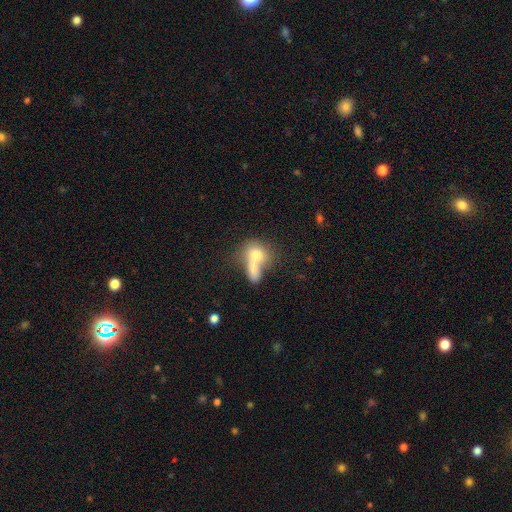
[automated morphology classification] Overall: smooth (71%). How rounded: in between (55%; round 40%). Merging: merger (64%).